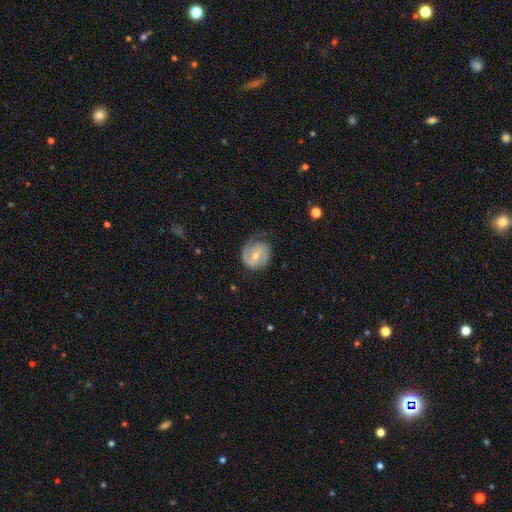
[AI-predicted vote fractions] smooth_or_featured: featured or disk (p=0.66) [alt: smooth p=0.28]
disk_edge_on: no (p=0.97) [alt: yes p=0.03]
bar: no (p=0.54) [alt: weak p=0.37]
has_spiral_arms: yes (p=0.83) [alt: no p=0.17]
spiral_winding: tight (p=0.50) [alt: medium p=0.33]
spiral_arm_count: 2 (p=0.42) [alt: 1 p=0.38]
bulge_size: moderate (p=0.59) [alt: small p=0.37]
merging: none (p=0.53) [alt: minor disturbance p=0.28]